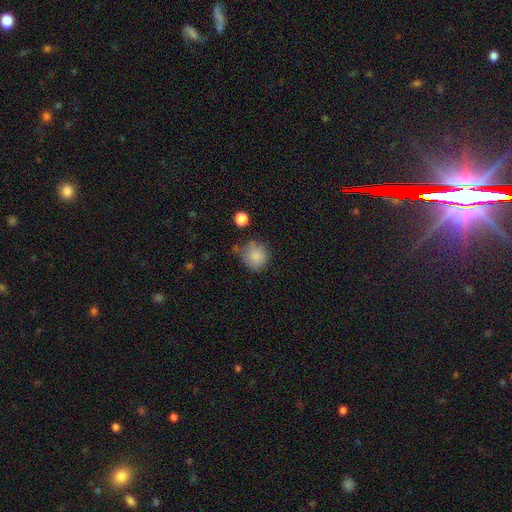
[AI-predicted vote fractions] Overall: smooth (86%). How rounded: round (87%). Merging: none (68%).